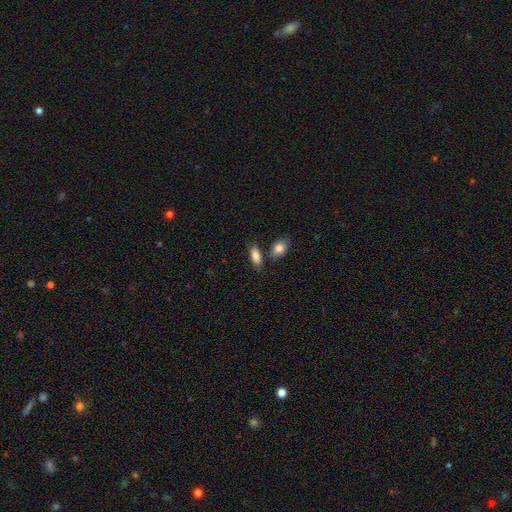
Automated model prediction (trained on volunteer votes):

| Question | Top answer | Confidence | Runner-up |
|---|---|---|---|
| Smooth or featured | smooth | 85% | featured or disk (8%) |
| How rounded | in between | 81% | cigar-shaped (15%) |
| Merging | none | 70% | merger (14%) |